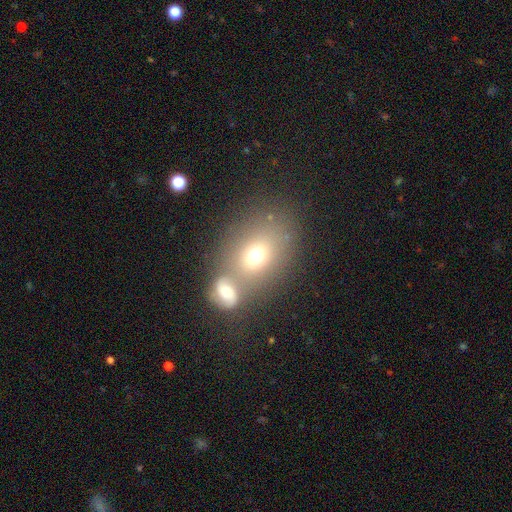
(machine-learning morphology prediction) Smooth or featured? Predicted: smooth (p=0.68). How rounded? Predicted: in between (p=0.54). Merging? Predicted: none (p=0.44).